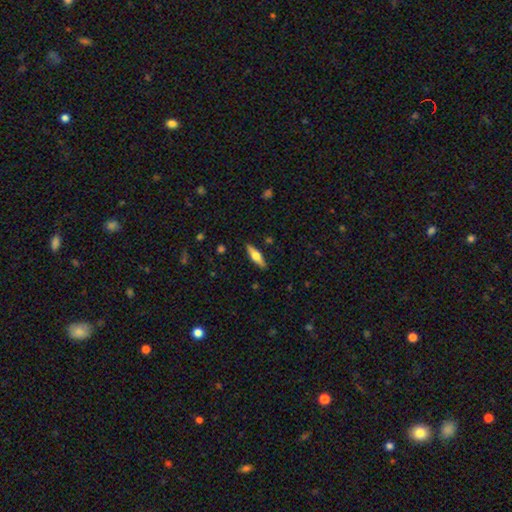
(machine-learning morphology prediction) smooth_or_featured: featured or disk (p=0.48) [alt: smooth p=0.46]
merging: none (p=0.89) [alt: minor disturbance p=0.08]